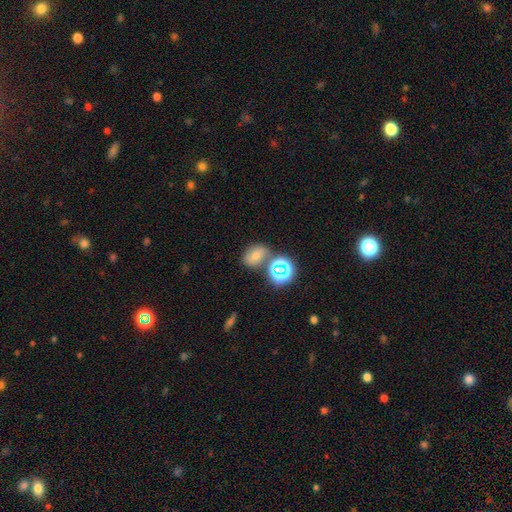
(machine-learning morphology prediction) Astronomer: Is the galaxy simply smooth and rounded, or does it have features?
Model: smooth — 61%.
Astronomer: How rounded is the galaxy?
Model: in between — 60% (runner-up: round, 39%).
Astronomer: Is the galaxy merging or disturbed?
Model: none — 60%.